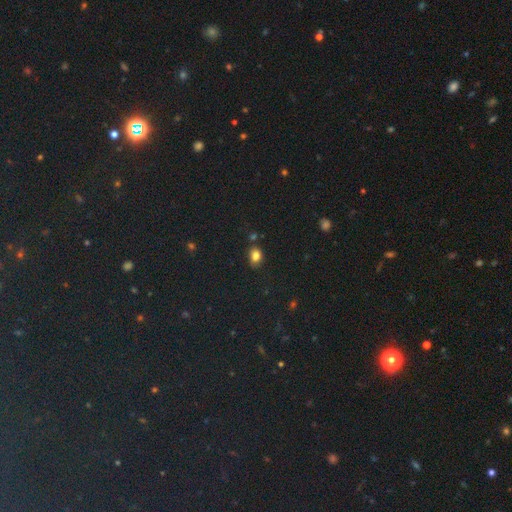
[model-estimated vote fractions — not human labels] smooth 82%, star or artifact 12%, featured or disk 6%. Down the decision tree: how rounded — in between (66%); merging — none (73%).